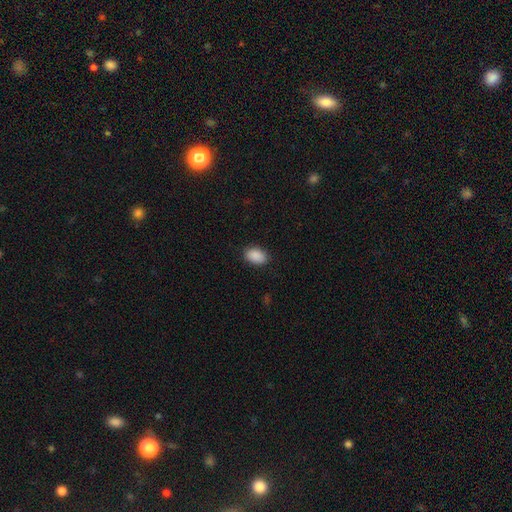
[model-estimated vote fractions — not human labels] Q: Smooth or featured?
A: smooth (90%); runner-up: star or artifact (7%)
Q: How rounded?
A: in between (88%); runner-up: round (11%)
Q: Merging?
A: none (87%); runner-up: minor disturbance (10%)